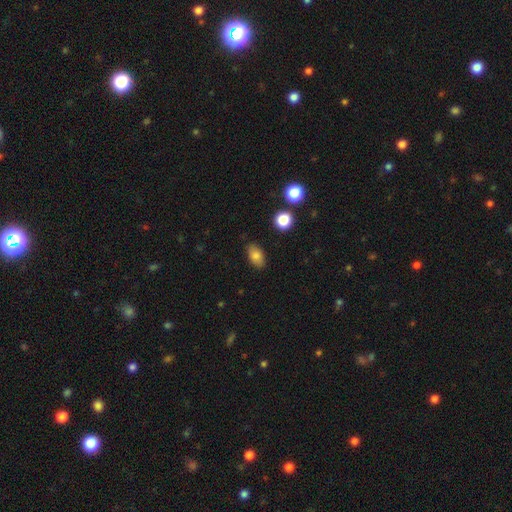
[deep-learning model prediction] Overall: smooth (81%). How rounded: in between (90%). Merging: none (85%).